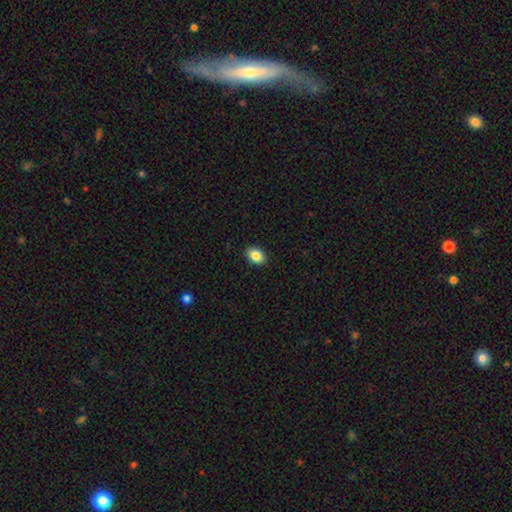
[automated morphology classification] The model was most divided on "how rounded": in between: 76%, round: 23%, cigar-shaped: 1%. More confident: merging — none (91%); smooth or featured — smooth (86%).